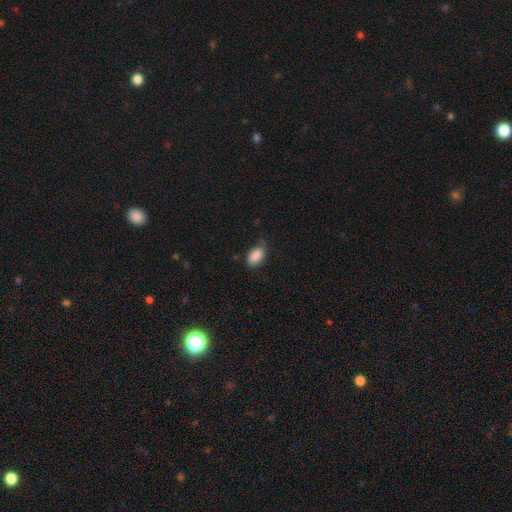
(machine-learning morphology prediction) Smooth or featured: smooth — 89% (star or artifact — 7%)
How rounded: in between — 92% (round — 7%)
Merging: none — 70% (minor disturbance — 23%)